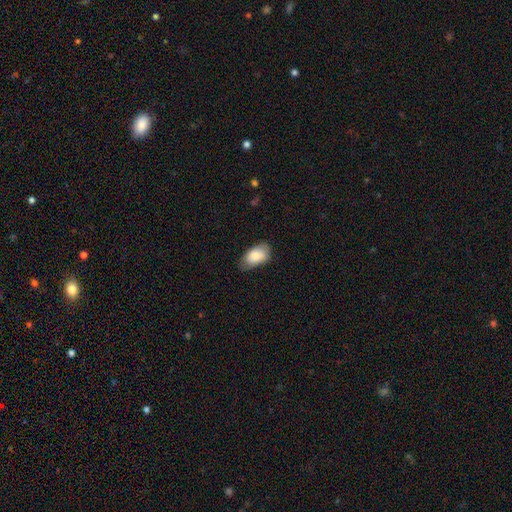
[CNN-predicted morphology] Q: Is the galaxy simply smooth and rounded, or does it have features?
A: smooth — 83%.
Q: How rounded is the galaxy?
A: in between — 94%.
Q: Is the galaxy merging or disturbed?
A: none — 66%.